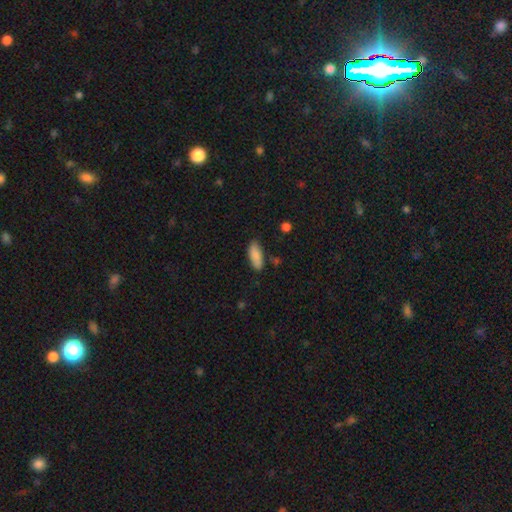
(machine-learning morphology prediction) smooth-or-featured: smooth: 88% | star or artifact: 7% | featured or disk: 6%
  how-rounded: in between: 74% | cigar-shaped: 24% | round: 2%
  merging: none: 81% | minor disturbance: 14% | major disturbance: 3% | merger: 3%